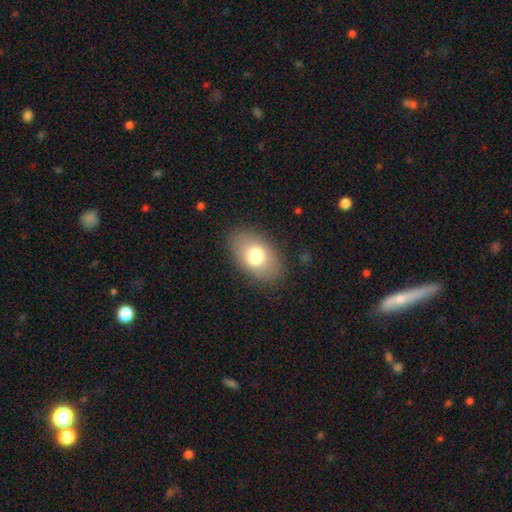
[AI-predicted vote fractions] smooth-or-featured: smooth: 73% | featured or disk: 18% | star or artifact: 9%
  how-rounded: in between: 86% | round: 12% | cigar-shaped: 1%
  merging: none: 85% | minor disturbance: 10% | major disturbance: 4% | merger: 1%